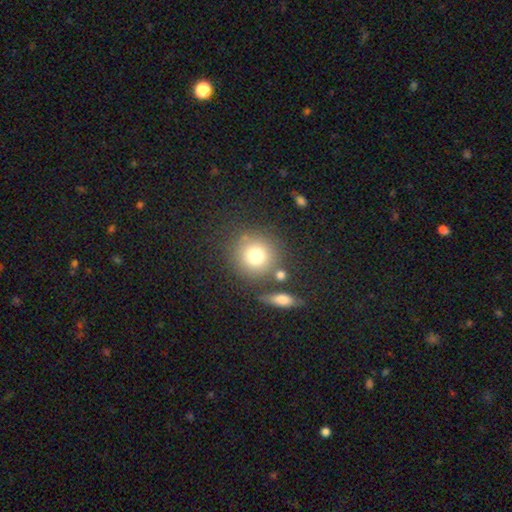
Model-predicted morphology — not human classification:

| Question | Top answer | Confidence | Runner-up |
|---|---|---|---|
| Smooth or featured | smooth | 75% | featured or disk (13%) |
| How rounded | round | 91% | in between (8%) |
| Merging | none | 73% | merger (12%) |